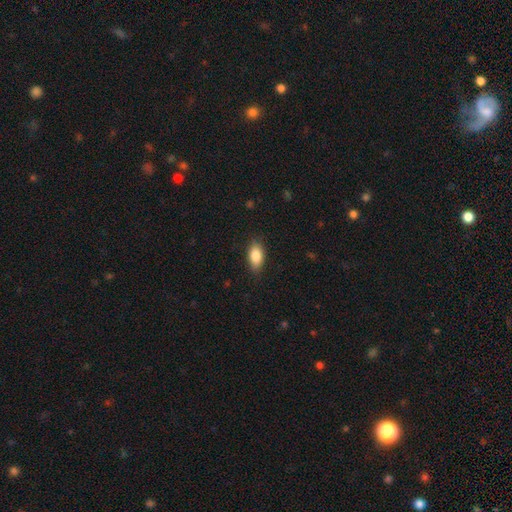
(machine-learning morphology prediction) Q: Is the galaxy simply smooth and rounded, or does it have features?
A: smooth — 84%.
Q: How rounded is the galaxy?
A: in between — 89%.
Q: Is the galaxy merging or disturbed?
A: none — 83%.